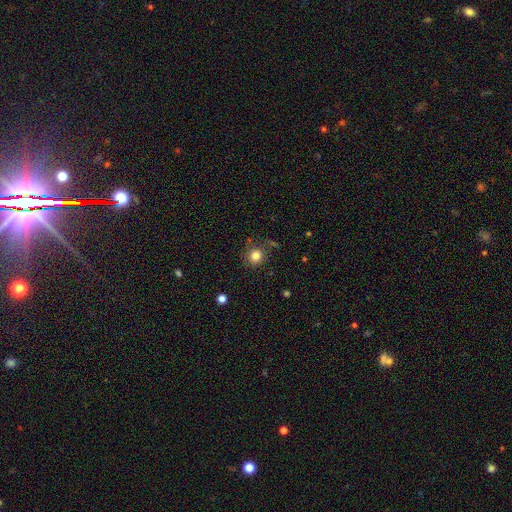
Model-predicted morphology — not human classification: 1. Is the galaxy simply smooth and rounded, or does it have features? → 83% smooth, 12% star or artifact, 6% featured or disk.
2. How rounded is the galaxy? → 90% round, 9% in between, 1% cigar-shaped.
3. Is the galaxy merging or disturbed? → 81% none, 12% minor disturbance, 4% merger, 4% major disturbance.